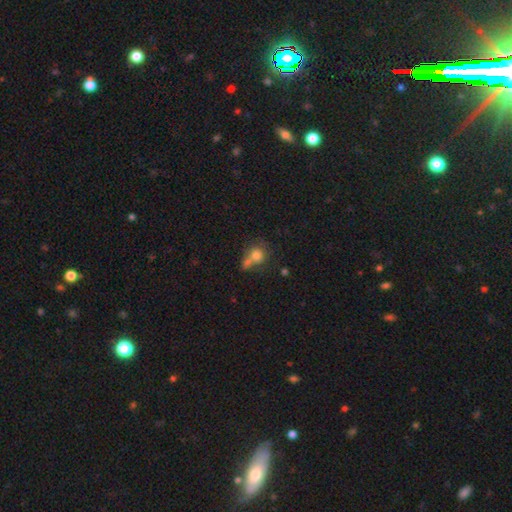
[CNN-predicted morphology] smooth 75%, featured or disk 14%, star or artifact 11%. Down the decision tree: how rounded — round (77%); merging — merger (43%).